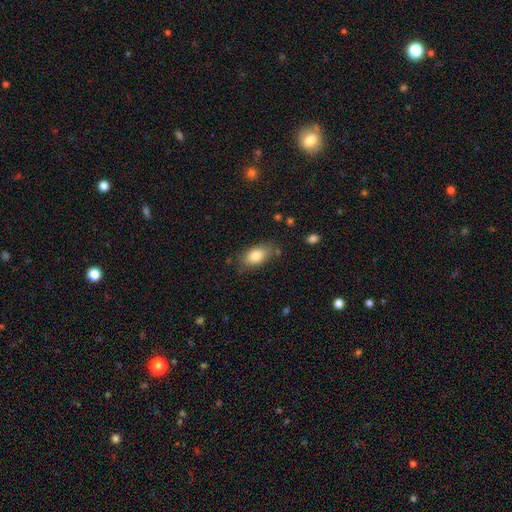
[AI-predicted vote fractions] A smooth galaxy with no disk features (82%) that is in between round and cigar-shaped (90%).

Vote fractions:
- Smooth or featured? smooth: 82% / featured or disk: 10% / star or artifact: 8%
- How rounded? in between: 90% / round: 6% / cigar-shaped: 4%
- Merging? none: 77% / minor disturbance: 16% / major disturbance: 4% / merger: 3%